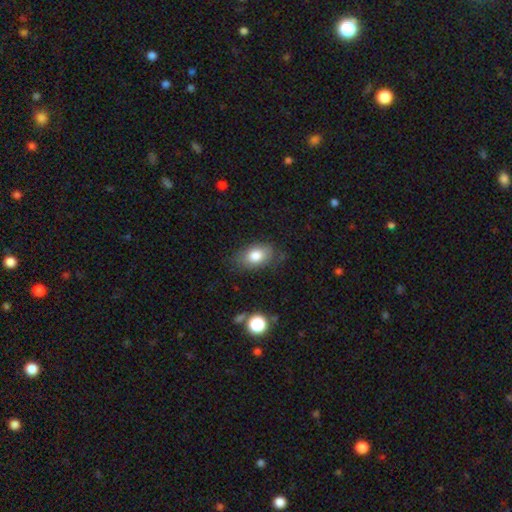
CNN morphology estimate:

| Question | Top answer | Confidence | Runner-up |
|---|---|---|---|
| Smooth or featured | smooth | 78% | featured or disk (14%) |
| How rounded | in between | 87% | round (11%) |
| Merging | none | 72% | minor disturbance (20%) |